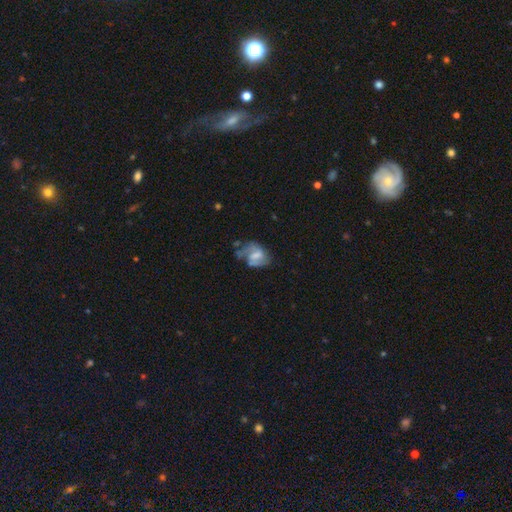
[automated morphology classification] This appears to be a featured or disk galaxy (63%) with a weak bar (51%), spiral arms (77%) and a moderate central bulge (34%). Merging: none (38%).